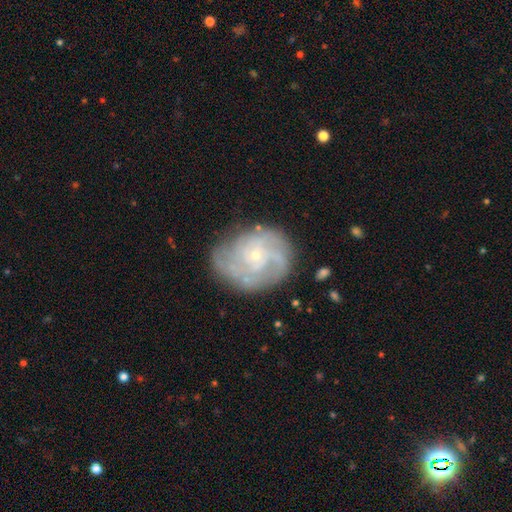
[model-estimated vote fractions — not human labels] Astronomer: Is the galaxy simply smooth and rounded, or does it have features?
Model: featured or disk — 79%.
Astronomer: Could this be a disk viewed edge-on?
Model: no — 98%.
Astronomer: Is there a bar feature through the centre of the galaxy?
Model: no — 73%.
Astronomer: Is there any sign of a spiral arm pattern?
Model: yes — 90%.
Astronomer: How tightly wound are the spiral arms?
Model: tight — 56% (runner-up: medium, 34%).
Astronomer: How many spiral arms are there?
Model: can't tell — 35% (runner-up: 2, 24%).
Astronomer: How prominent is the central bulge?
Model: small — 83%.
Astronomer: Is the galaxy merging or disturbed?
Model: none — 68%.